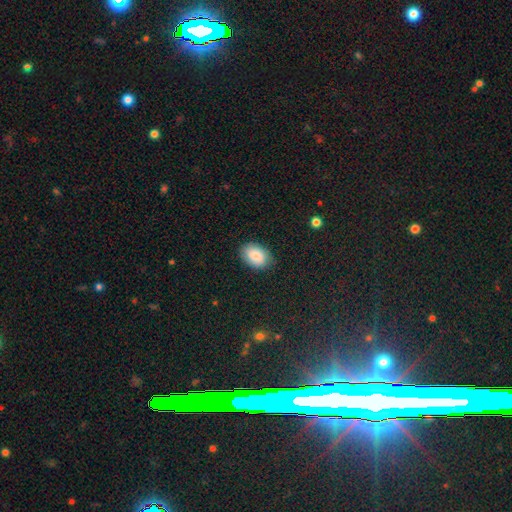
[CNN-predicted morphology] A smooth galaxy with no disk features (84%) that is in between round and cigar-shaped (82%). Merging: none (84%).